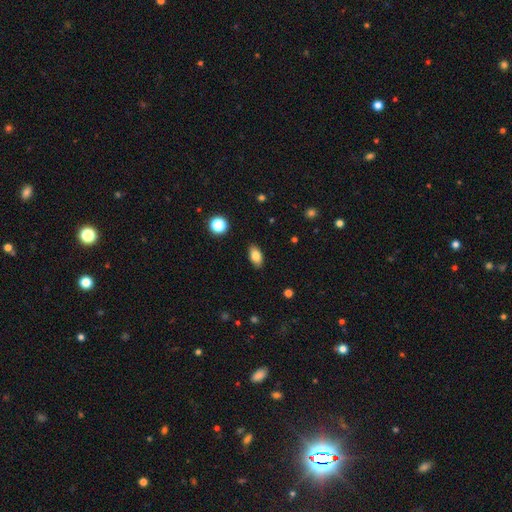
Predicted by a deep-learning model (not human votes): Smooth or featured? smooth (83%)
How rounded? in between (90%)
Merging? none (88%)